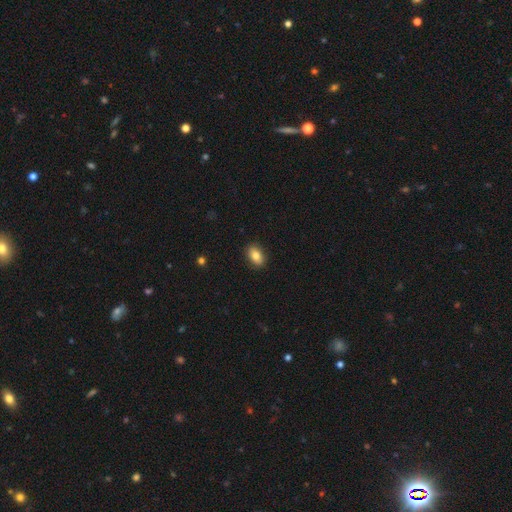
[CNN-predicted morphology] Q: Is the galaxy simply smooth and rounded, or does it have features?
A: smooth — 83%.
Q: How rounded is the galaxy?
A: in between — 85%.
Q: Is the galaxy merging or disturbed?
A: none — 88%.